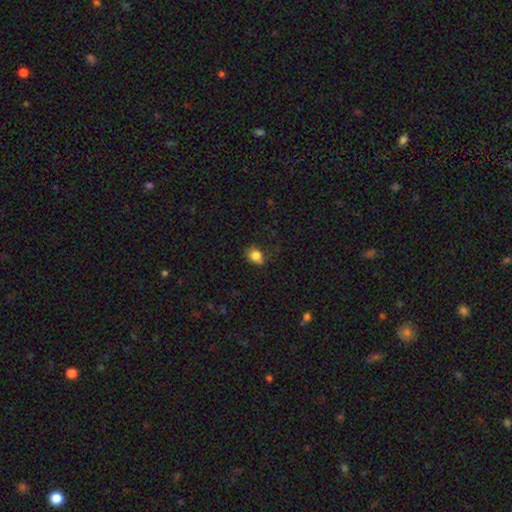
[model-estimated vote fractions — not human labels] Morphology: type=smooth (83%); roundness=in between (53%); merging=none (67%).